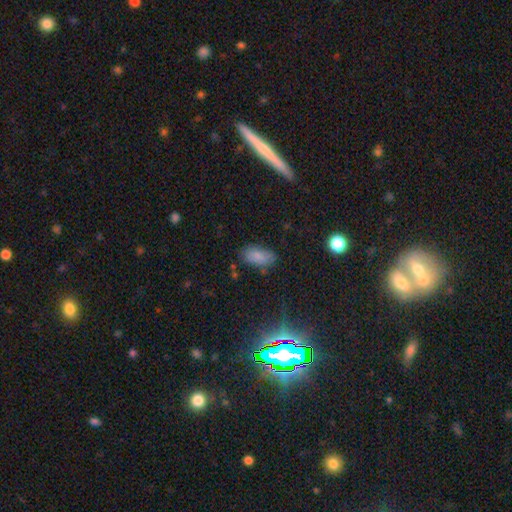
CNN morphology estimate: A smooth galaxy with no disk features (70%) that is in between round and cigar-shaped (91%). Merging: none (78%).